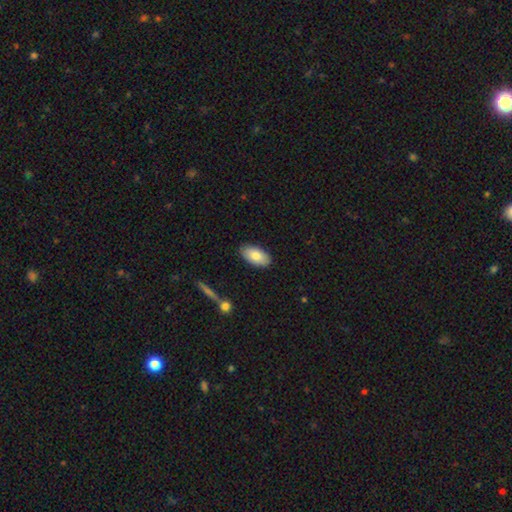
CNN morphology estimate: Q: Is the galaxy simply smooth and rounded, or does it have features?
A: smooth — 81%.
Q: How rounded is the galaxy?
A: in between — 94%.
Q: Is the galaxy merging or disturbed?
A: none — 87%.